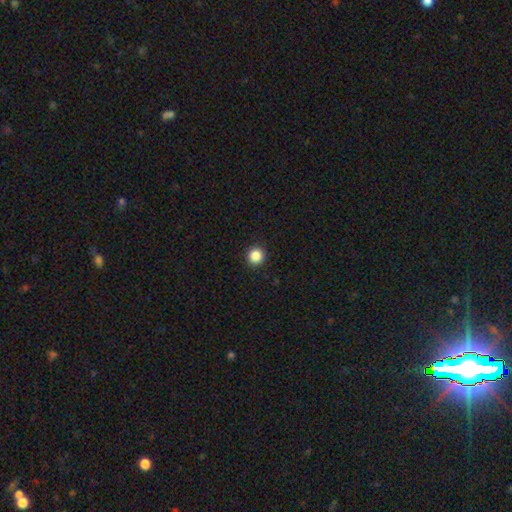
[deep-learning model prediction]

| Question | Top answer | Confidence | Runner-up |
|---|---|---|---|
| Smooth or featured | smooth | 87% | star or artifact (11%) |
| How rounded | round | 95% | in between (4%) |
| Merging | none | 93% | minor disturbance (4%) |